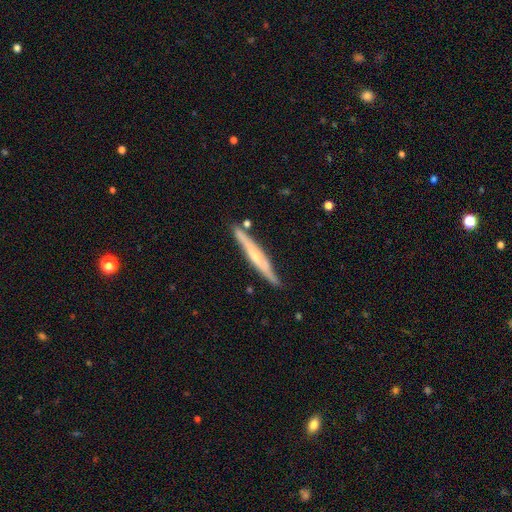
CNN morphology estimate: Smooth or featured? Predicted: featured or disk (p=0.63). Edge-on disk? Predicted: yes (p=0.92). Edge-on bulge? Predicted: rounded (p=0.58). Merging? Predicted: none (p=0.79).